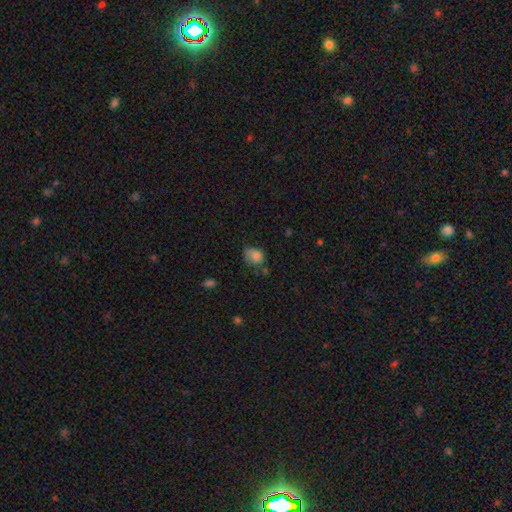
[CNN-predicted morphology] Smooth or featured?
  - smooth: 74% *
  - featured or disk: 16%
  - star or artifact: 10%
How rounded?
  - round: 50% *
  - in between: 49%
  - cigar-shaped: 1%
Merging?
  - none: 39% *
  - minor disturbance: 36%
  - major disturbance: 20%
  - merger: 5%